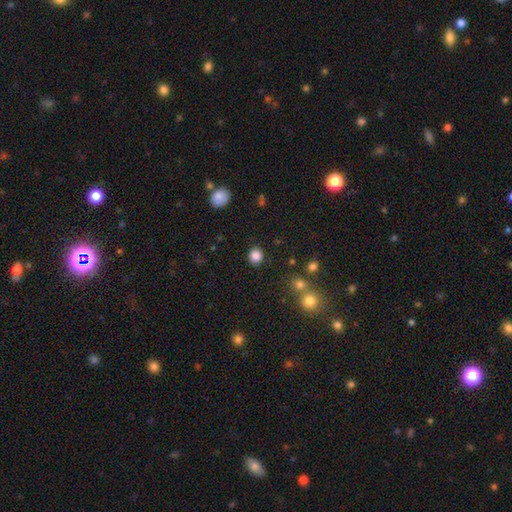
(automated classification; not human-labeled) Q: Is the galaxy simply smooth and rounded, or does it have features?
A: smooth — 85%.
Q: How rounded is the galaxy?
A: round — 77%.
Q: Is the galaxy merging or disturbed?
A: none — 86%.